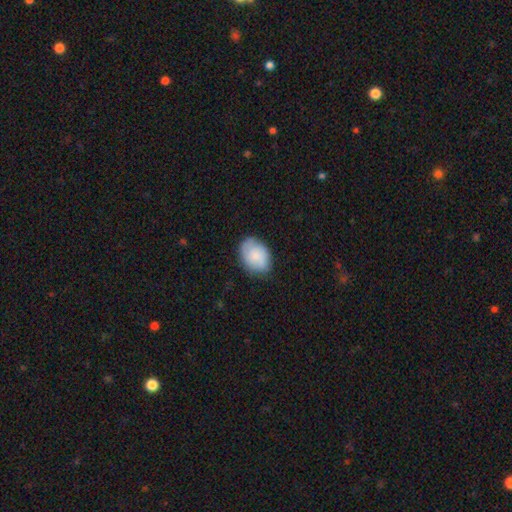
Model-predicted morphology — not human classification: type=smooth (77%); roundness=in between (72%); merging=none (76%).